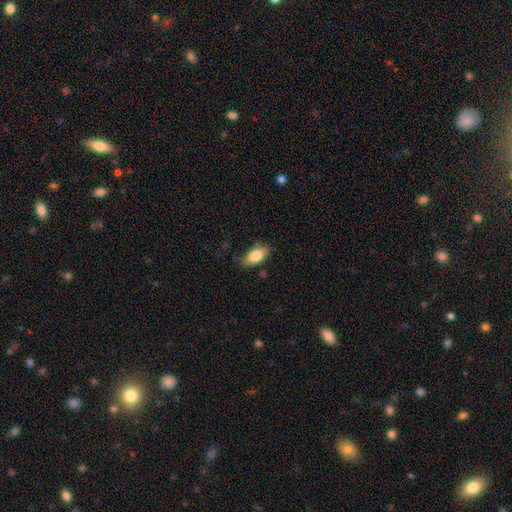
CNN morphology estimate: type=smooth (82%); roundness=in between (87%); merging=none (71%).